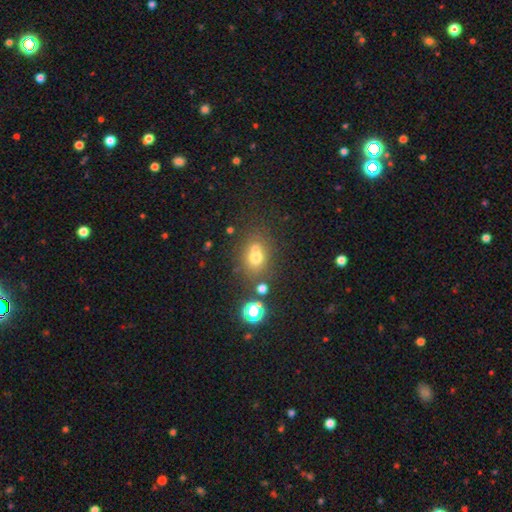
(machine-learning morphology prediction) The model was most divided on "how rounded": round: 59%, in between: 40%, cigar-shaped: 1%. More confident: smooth or featured — smooth (64%); merging — none (52%).